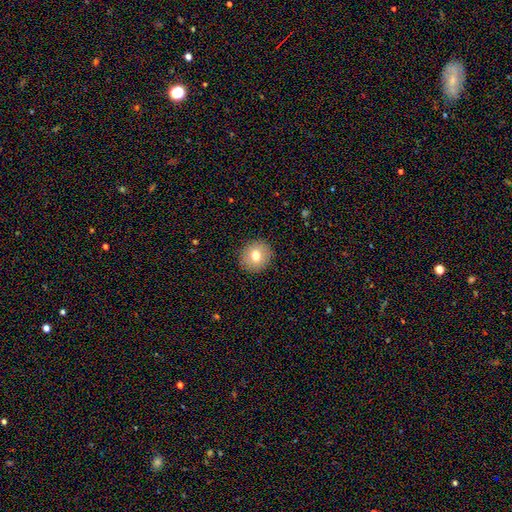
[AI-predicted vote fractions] Smooth or featured? Predicted: smooth (p=0.75). How rounded? Predicted: round (p=0.85). Merging? Predicted: none (p=0.91).